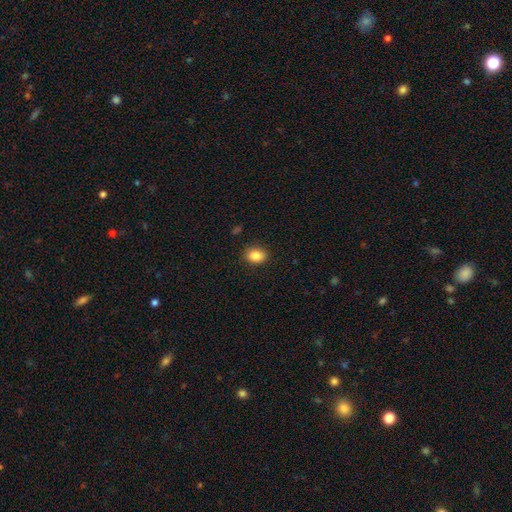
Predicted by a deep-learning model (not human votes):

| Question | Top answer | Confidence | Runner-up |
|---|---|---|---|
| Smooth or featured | smooth | 86% | star or artifact (9%) |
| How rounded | in between | 58% | round (41%) |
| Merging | none | 88% | minor disturbance (9%) |